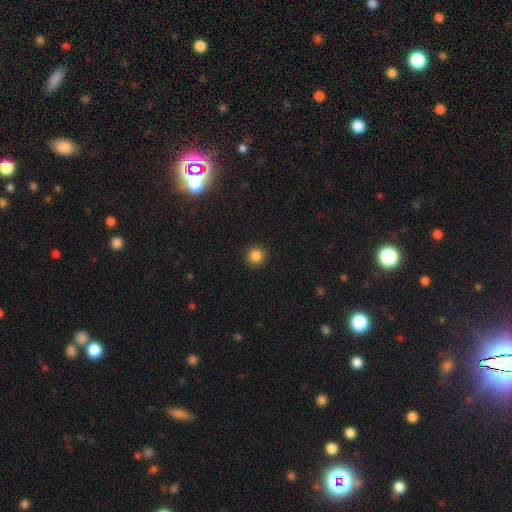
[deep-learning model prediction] Smooth or featured?
  - smooth: 85% *
  - star or artifact: 11%
  - featured or disk: 4%
How rounded?
  - round: 95% *
  - in between: 4%
  - cigar-shaped: 1%
Merging?
  - none: 93% *
  - minor disturbance: 5%
  - major disturbance: 2%
  - merger: 1%